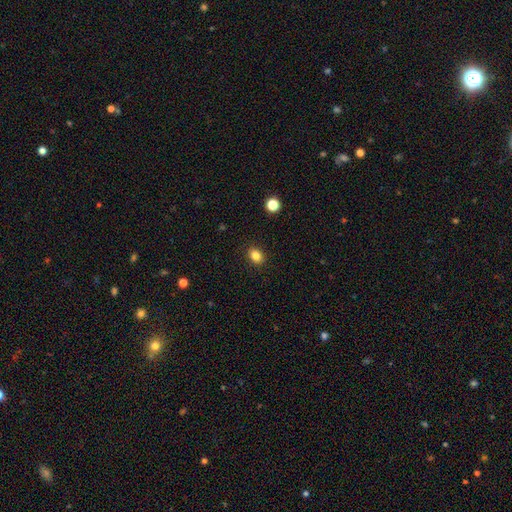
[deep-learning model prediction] Smooth or featured? Predicted: smooth (p=0.84). How rounded? Predicted: in between (p=0.56). Merging? Predicted: none (p=0.89).